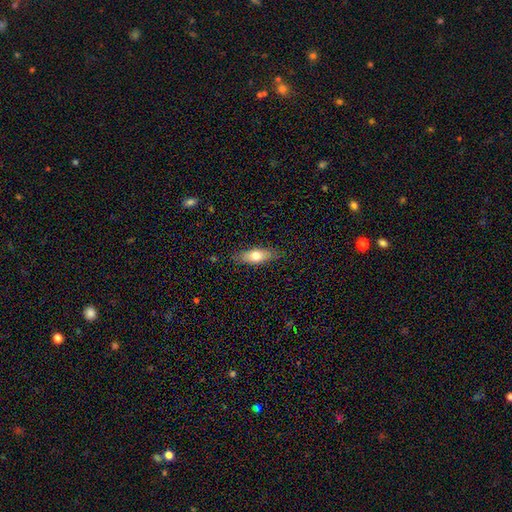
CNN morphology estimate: Smooth or featured? smooth (70%)
How rounded? in between (72%)
Merging? none (83%)